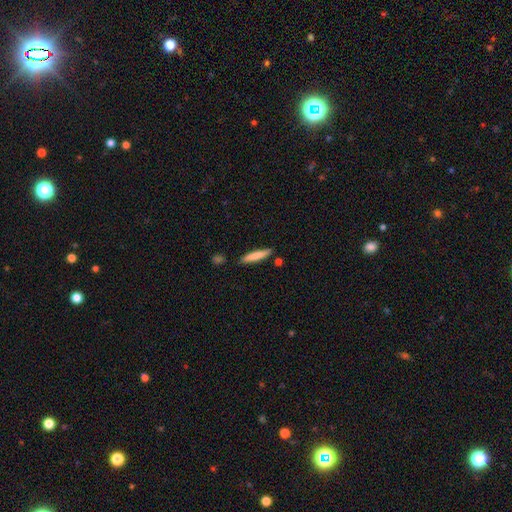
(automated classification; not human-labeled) smooth 80%, featured or disk 14%, star or artifact 6%. Down the decision tree: how rounded — cigar-shaped (90%); merging — none (85%).